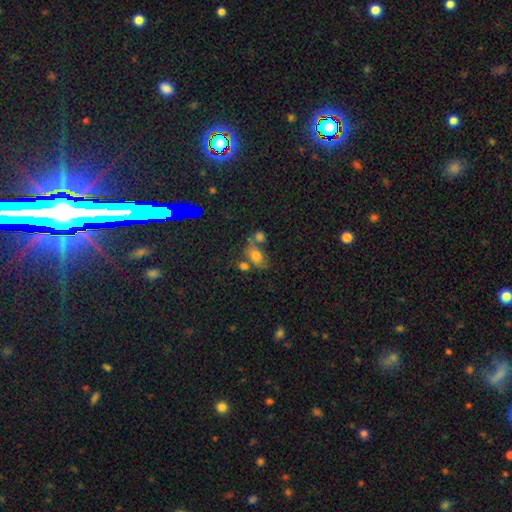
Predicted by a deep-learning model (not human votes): Morphology: type=smooth (68%); roundness=in between (81%); merging=merger (40%).